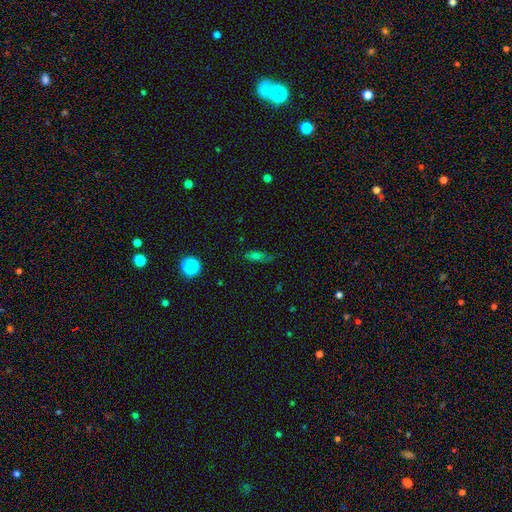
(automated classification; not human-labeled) smooth 61%, star or artifact 24%, featured or disk 16%. Down the decision tree: how rounded — in between (55%); merging — none (63%).